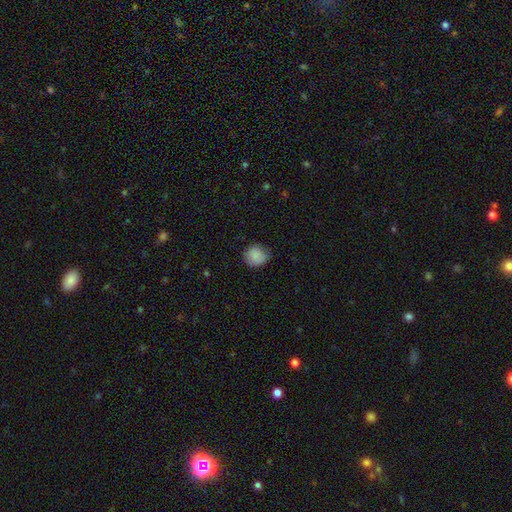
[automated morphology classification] type=smooth (86%); roundness=round (85%); merging=none (71%).